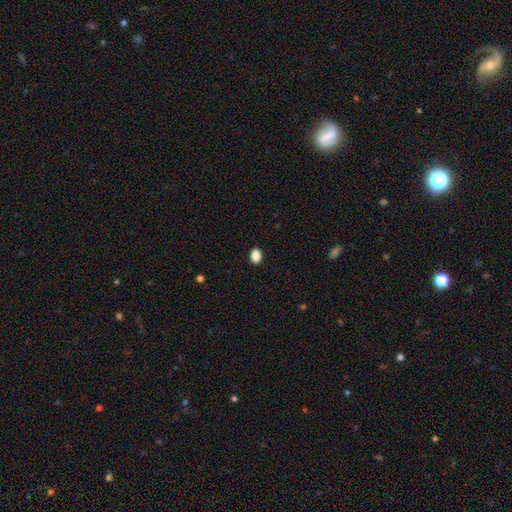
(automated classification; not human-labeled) smooth-or-featured: smooth: 88% | star or artifact: 9% | featured or disk: 3%
  how-rounded: in between: 79% | round: 19% | cigar-shaped: 1%
  merging: none: 91% | minor disturbance: 7% | major disturbance: 2% | merger: 1%